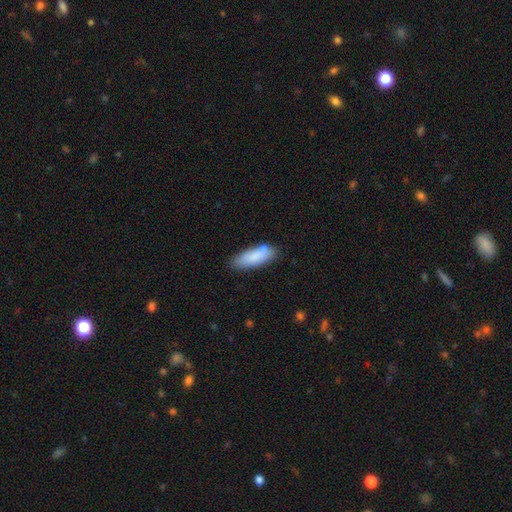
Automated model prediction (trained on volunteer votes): Smooth or featured: smooth — 83% (featured or disk — 11%)
How rounded: in between — 63% (cigar-shaped — 36%)
Merging: none — 72% (minor disturbance — 18%)